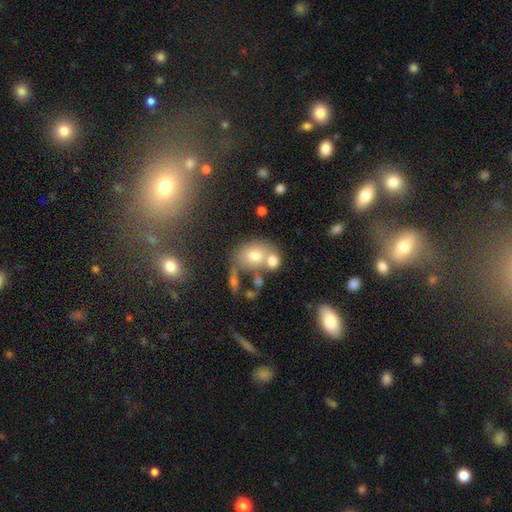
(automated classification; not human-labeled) A smooth galaxy with no disk features (68%) that is in between round and cigar-shaped (51%).

Vote fractions:
- Smooth or featured? smooth: 68% / featured or disk: 20% / star or artifact: 12%
- How rounded? in between: 51% / round: 48% / cigar-shaped: 1%
- Merging? merger: 44% / none: 37% / minor disturbance: 12% / major disturbance: 7%